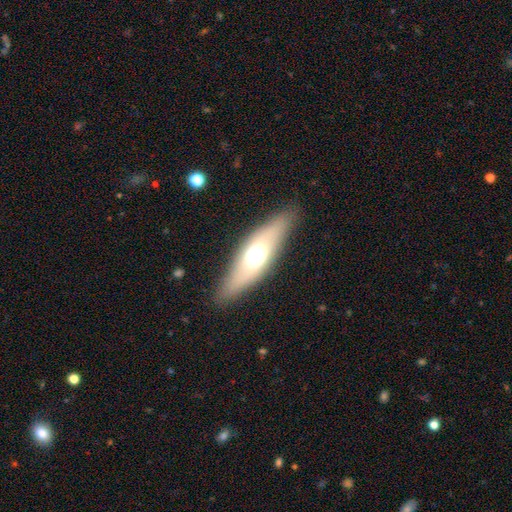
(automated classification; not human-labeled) A smooth galaxy with no disk features (47%).

Vote fractions:
- Smooth or featured? smooth: 47% / featured or disk: 44% / star or artifact: 9%
- Merging? none: 87% / minor disturbance: 9% / major disturbance: 4% / merger: 1%